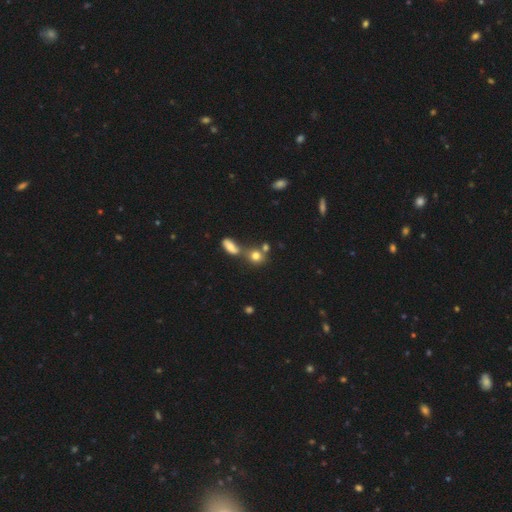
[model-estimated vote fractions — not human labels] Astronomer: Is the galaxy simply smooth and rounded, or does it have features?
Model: smooth — 75%.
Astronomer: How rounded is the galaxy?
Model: round — 71%.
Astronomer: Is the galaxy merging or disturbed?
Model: none — 49% (runner-up: merger, 36%).